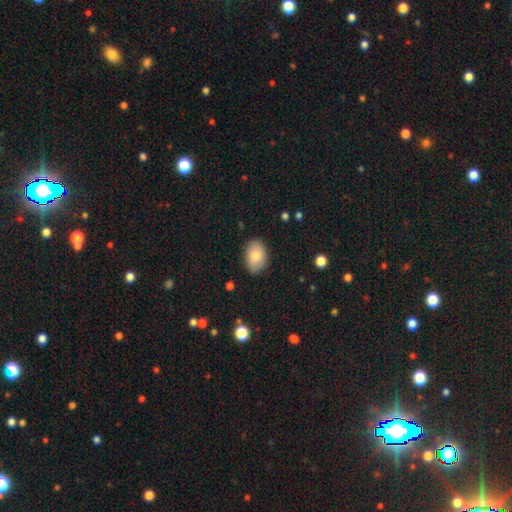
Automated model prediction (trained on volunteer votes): Morphology: type=smooth (84%); roundness=in between (88%); merging=none (85%).